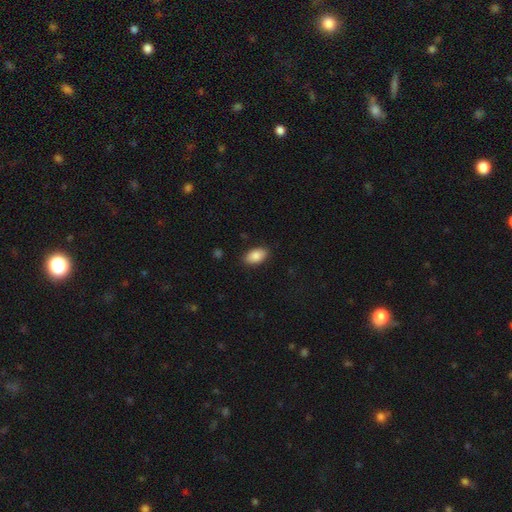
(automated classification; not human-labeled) Morphology: type=smooth (87%); roundness=in between (93%); merging=none (87%).